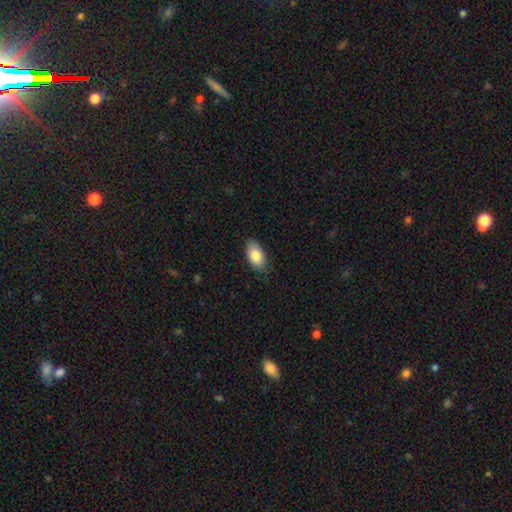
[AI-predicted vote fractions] Smooth or featured? smooth (82%)
How rounded? in between (93%)
Merging? none (79%)